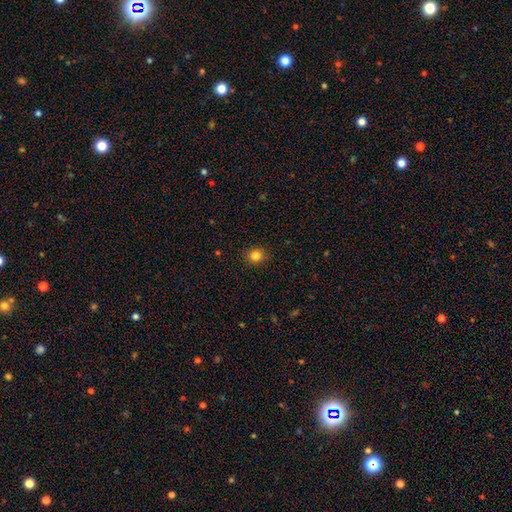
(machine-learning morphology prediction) The model was most divided on "smooth or featured": smooth: 83%, star or artifact: 12%, featured or disk: 5%. More confident: merging — none (91%); how rounded — round (87%).